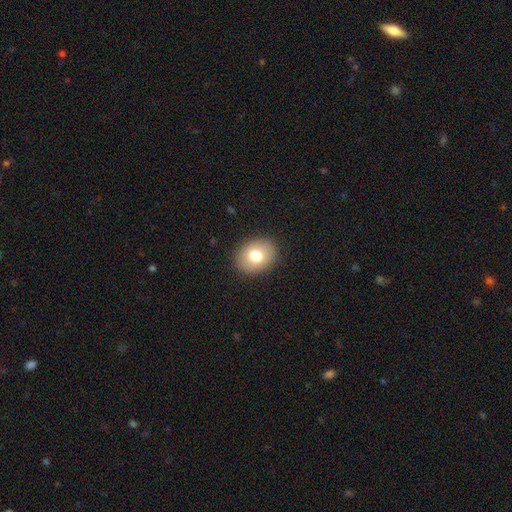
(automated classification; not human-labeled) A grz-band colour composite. It shows a smooth galaxy with no disk features (77%) that is in between round and cigar-shaped (60%). Merging: none (89%).